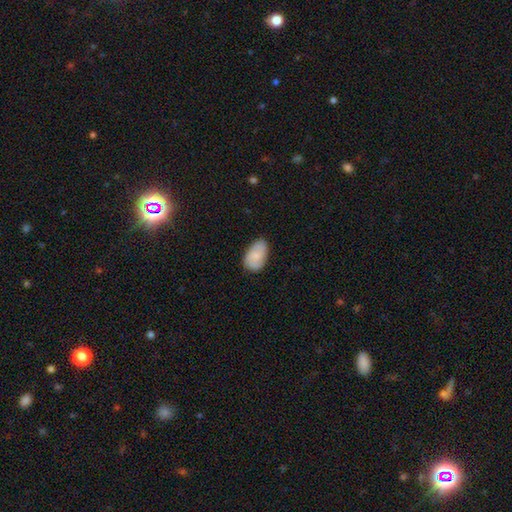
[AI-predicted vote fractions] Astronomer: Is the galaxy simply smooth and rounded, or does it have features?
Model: smooth — 78%.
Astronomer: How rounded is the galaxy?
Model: in between — 92%.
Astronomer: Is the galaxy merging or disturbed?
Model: none — 71%.